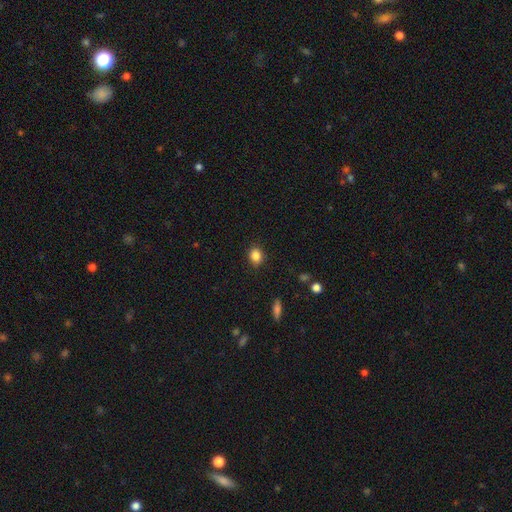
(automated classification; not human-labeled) smooth-or-featured: smooth: 86% | star or artifact: 10% | featured or disk: 4%
  how-rounded: round: 51% | in between: 48% | cigar-shaped: 1%
  merging: none: 87% | minor disturbance: 9% | major disturbance: 3% | merger: 1%